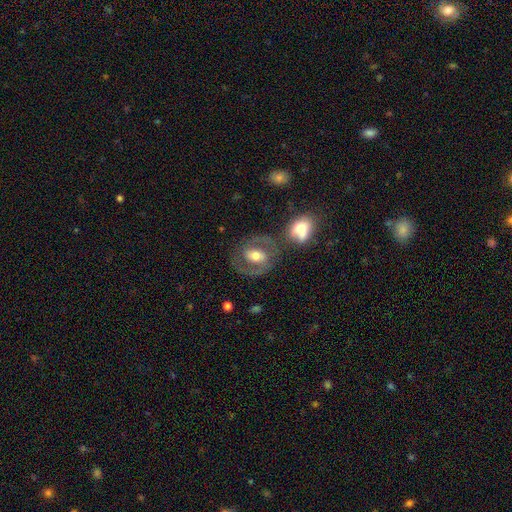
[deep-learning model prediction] Overall: featured or disk (75%). Edge-on disk: no (96%). Bar: weak (42%; strong 30%). Spiral arms: yes (79%). Spiral arm count: 2 (84%). Spiral winding: medium (47%; tight 41%). Bulge size: moderate (69%). Merging: none (70%).